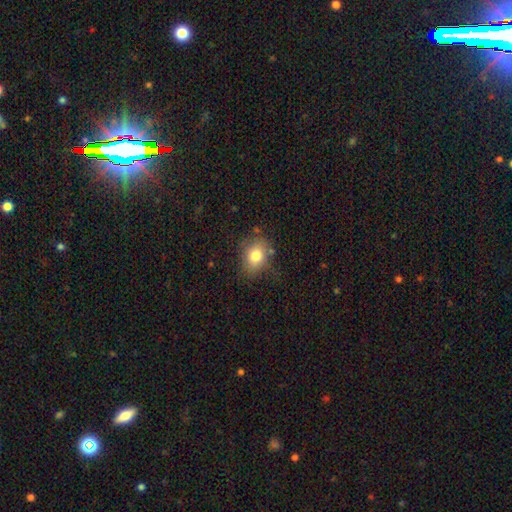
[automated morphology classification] A smooth galaxy with no disk features (79%) that is in between round and cigar-shaped (62%).

Vote fractions:
- Smooth or featured? smooth: 79% / featured or disk: 12% / star or artifact: 10%
- How rounded? in between: 62% / round: 37% / cigar-shaped: 1%
- Merging? none: 71% / minor disturbance: 20% / major disturbance: 6% / merger: 3%